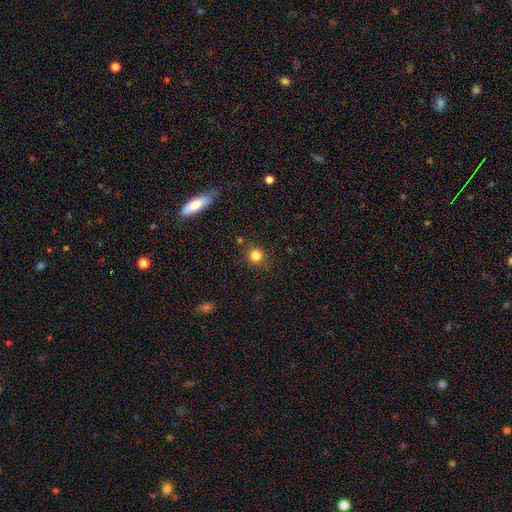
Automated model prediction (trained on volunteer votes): Morphology: type=smooth (82%); roundness=round (90%); merging=none (81%).